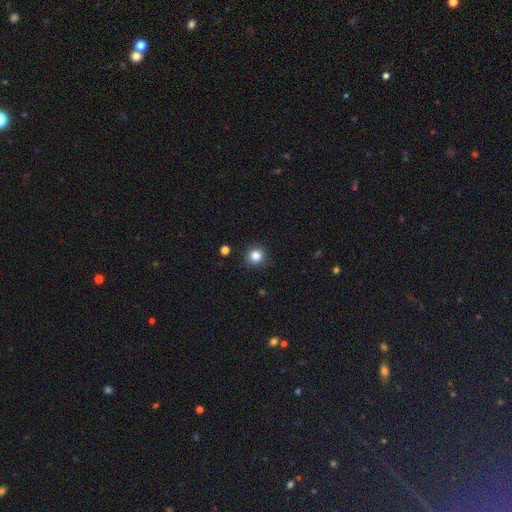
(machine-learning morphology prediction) A smooth galaxy with no disk features (83%) that is round (93%). Merging: none (89%).